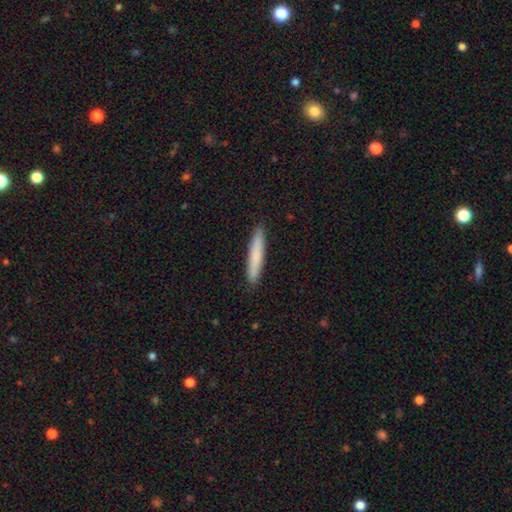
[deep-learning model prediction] A smooth galaxy with no disk features (79%) that is cigar-shaped (94%). Merging: none (92%).